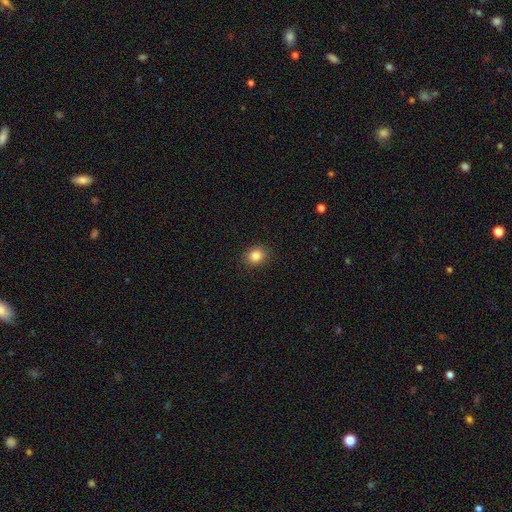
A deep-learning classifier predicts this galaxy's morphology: This is clearly a smooth galaxy (85%). How rounded: likely round (63%). Merging: clearly none (90%).